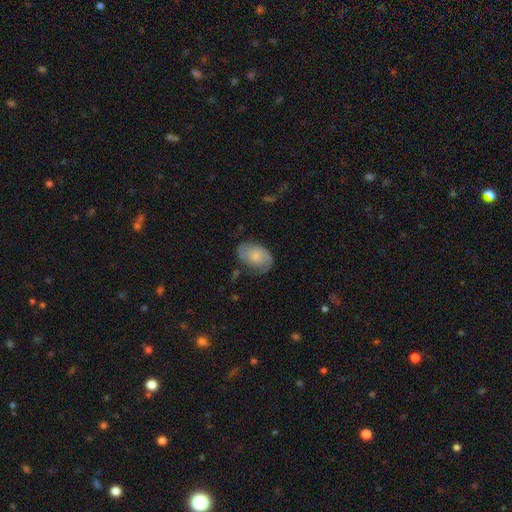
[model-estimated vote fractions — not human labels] Smooth or featured?
  - featured or disk: 49% *
  - smooth: 43%
  - star or artifact: 8%
Merging?
  - none: 63% *
  - minor disturbance: 24%
  - major disturbance: 10%
  - merger: 2%